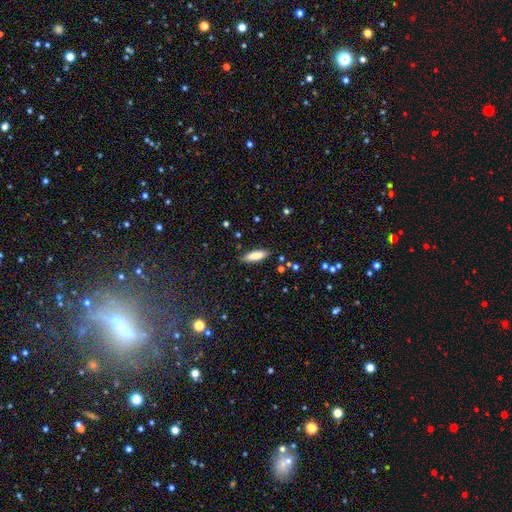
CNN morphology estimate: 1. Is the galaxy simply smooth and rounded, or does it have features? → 82% smooth, 11% featured or disk, 7% star or artifact.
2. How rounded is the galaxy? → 52% cigar-shaped, 46% in between, 2% round.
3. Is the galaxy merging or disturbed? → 86% none, 10% minor disturbance, 2% major disturbance, 1% merger.